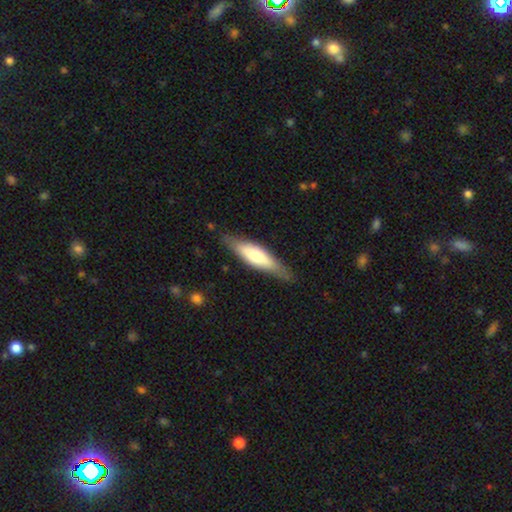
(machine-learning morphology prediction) Q: Smooth or featured?
A: smooth (57%); runner-up: featured or disk (37%)
Q: How rounded?
A: cigar-shaped (62%); runner-up: in between (36%)
Q: Merging?
A: none (80%); runner-up: minor disturbance (15%)